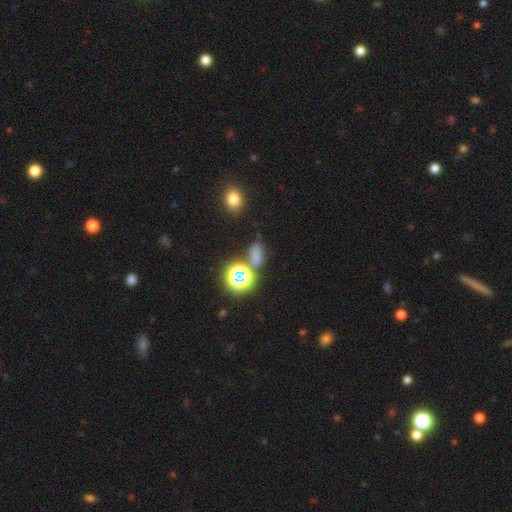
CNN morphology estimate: The model was most divided on "smooth or featured": smooth: 56%, star or artifact: 35%, featured or disk: 8%. More confident: how rounded — in between (69%); merging — none (58%).